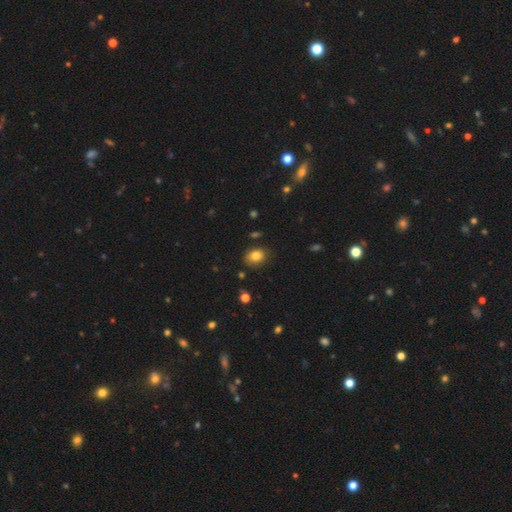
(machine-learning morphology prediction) A smooth galaxy with no disk features (82%) that is in between round and cigar-shaped (64%).

Vote fractions:
- Smooth or featured? smooth: 82% / star or artifact: 11% / featured or disk: 8%
- How rounded? in between: 64% / round: 35% / cigar-shaped: 1%
- Merging? none: 83% / minor disturbance: 12% / major disturbance: 3% / merger: 2%